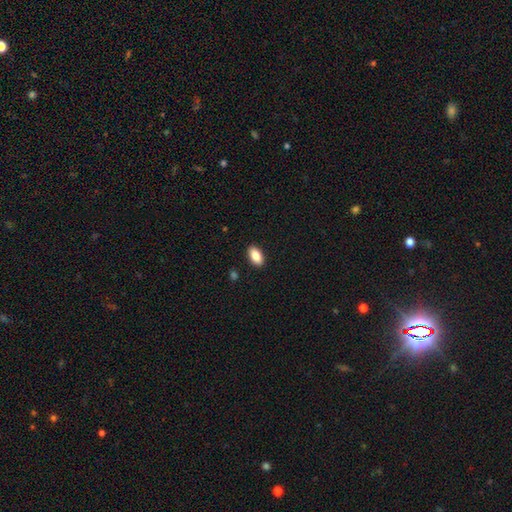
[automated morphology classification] This appears to be a smooth galaxy with no disk features (87%) that is in between round and cigar-shaped (92%). Merging: none (90%).